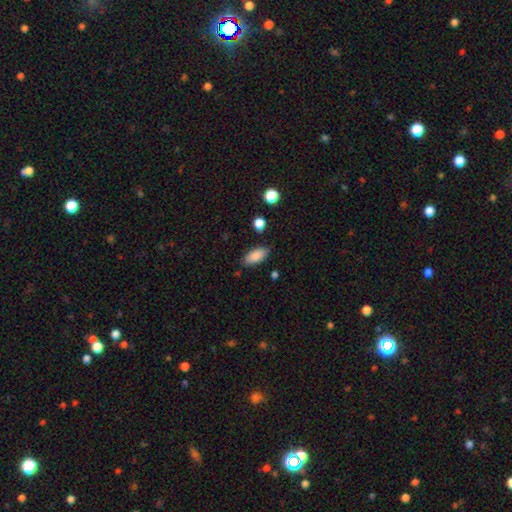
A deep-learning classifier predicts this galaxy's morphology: smooth-or-featured: smooth: 87% | star or artifact: 7% | featured or disk: 5%
  how-rounded: in between: 90% | cigar-shaped: 8% | round: 3%
  merging: none: 82% | minor disturbance: 13% | major disturbance: 3% | merger: 3%